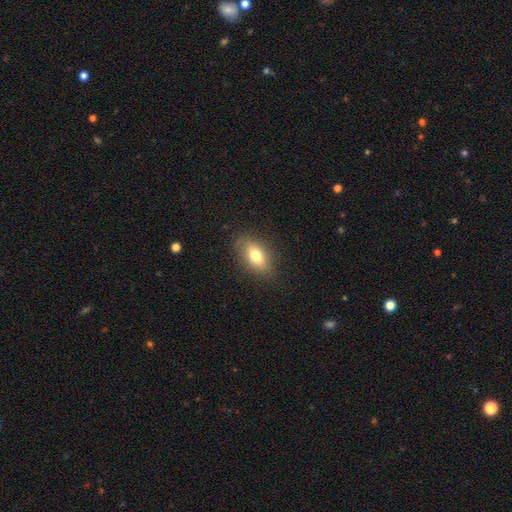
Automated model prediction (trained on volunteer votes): A smooth galaxy with no disk features (75%) that is in between round and cigar-shaped (85%). Merging: none (83%).